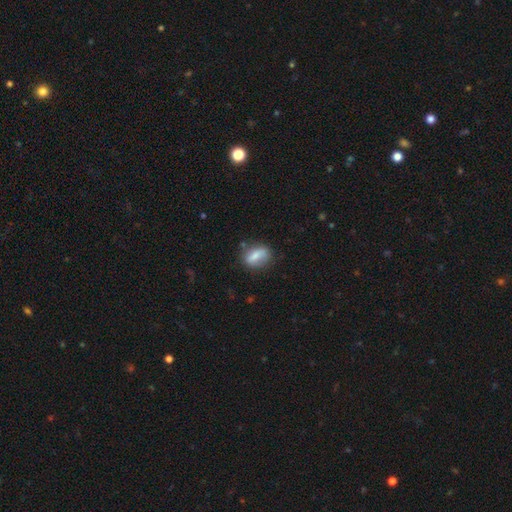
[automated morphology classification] smooth-or-featured: smooth: 71% | featured or disk: 21% | star or artifact: 8%
  how-rounded: in between: 74% | round: 19% | cigar-shaped: 7%
  merging: none: 72% | minor disturbance: 19% | major disturbance: 5% | merger: 3%